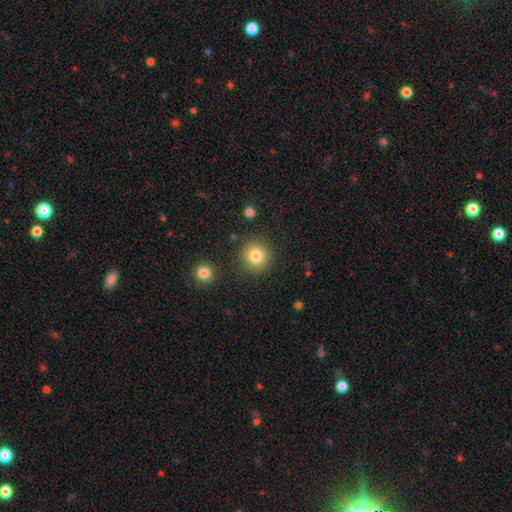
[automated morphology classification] smooth_or_featured: smooth (p=0.82) [alt: star or artifact p=0.10]
how_rounded: round (p=0.90) [alt: in between p=0.09]
merging: none (p=0.87) [alt: minor disturbance p=0.07]